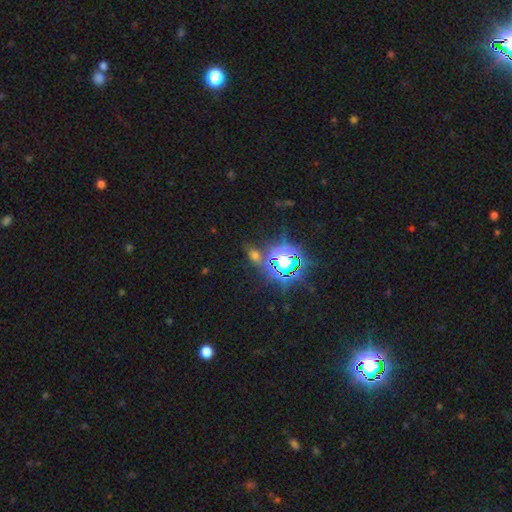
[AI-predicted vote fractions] Smooth or featured? star or artifact (58%)